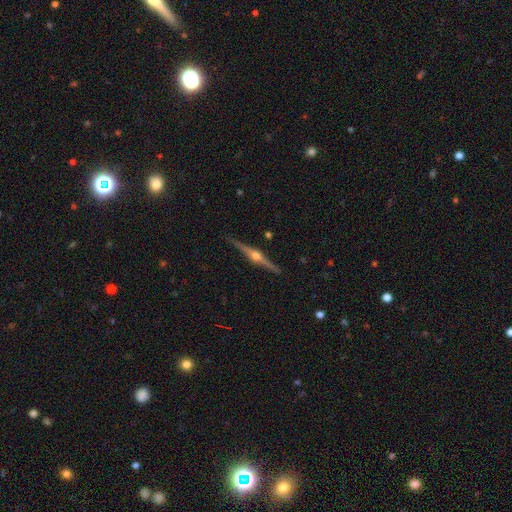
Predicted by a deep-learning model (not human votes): Smooth or featured: featured or disk — 86% (smooth — 9%)
Edge-on disk: yes — 98% (no — 2%)
Edge-on bulge: rounded — 95% (boxy — 3%)
Merging: none — 91% (minor disturbance — 7%)